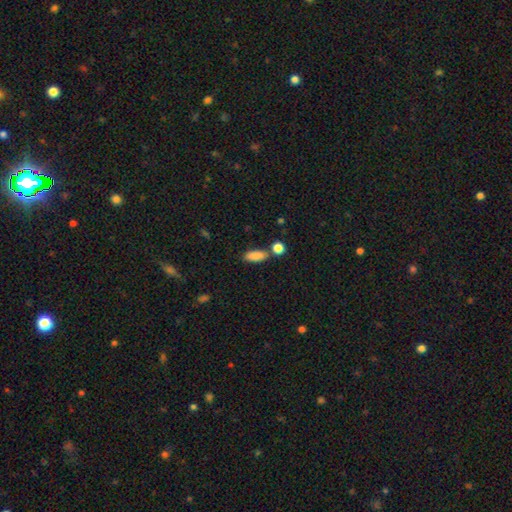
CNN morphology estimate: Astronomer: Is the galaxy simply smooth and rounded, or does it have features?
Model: smooth — 86%.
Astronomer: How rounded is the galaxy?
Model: in between — 75%.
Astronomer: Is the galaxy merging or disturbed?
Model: none — 72%.